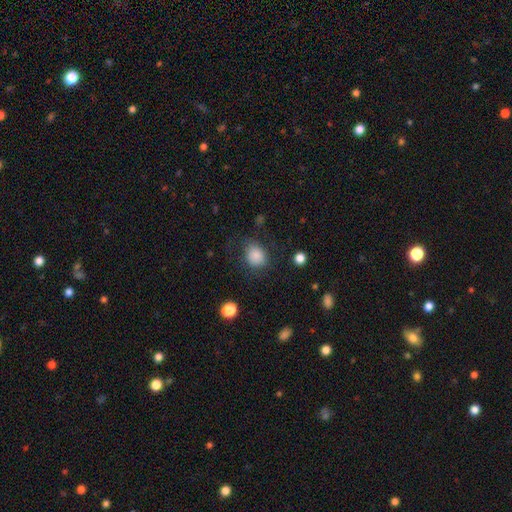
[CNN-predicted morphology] Overall: smooth (85%). How rounded: round (58%; in between 41%). Merging: none (68%).